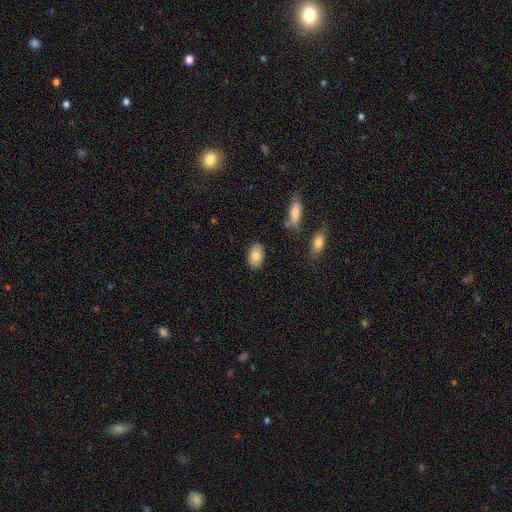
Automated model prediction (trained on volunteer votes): Smooth or featured: smooth — 83% (featured or disk — 10%)
How rounded: in between — 89% (round — 9%)
Merging: none — 86% (minor disturbance — 10%)